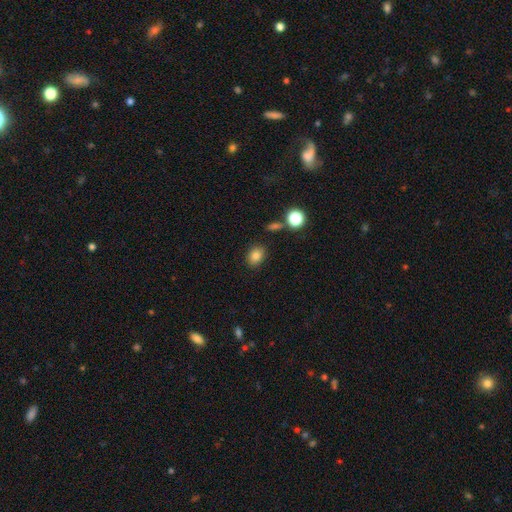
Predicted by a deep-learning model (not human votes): Morphology: type=smooth (81%); roundness=in between (61%); merging=none (85%).